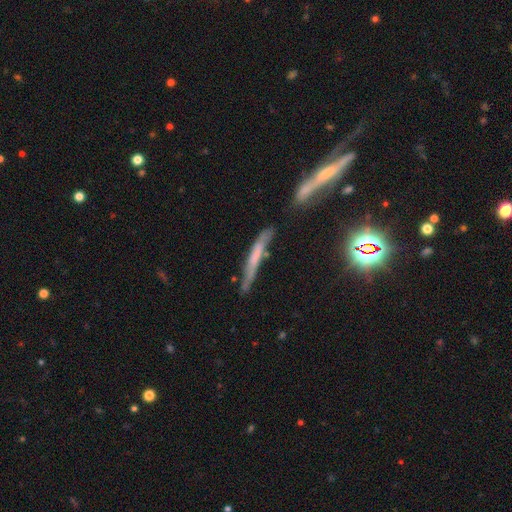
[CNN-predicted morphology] smooth 46%, featured or disk 45%, star or artifact 9%. Down the decision tree: merging — none (58%).